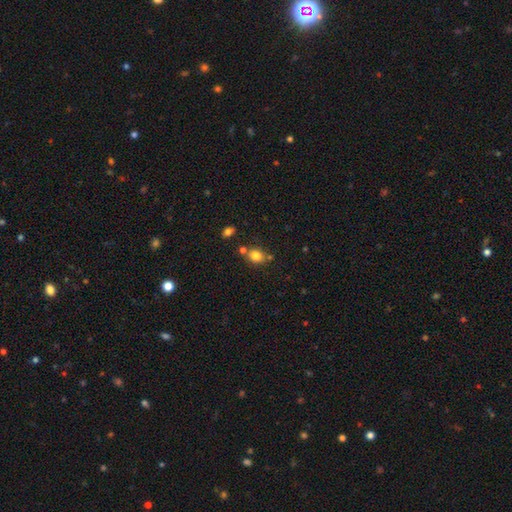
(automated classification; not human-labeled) Morphology: type=smooth (81%); roundness=round (54%); merging=none (67%).